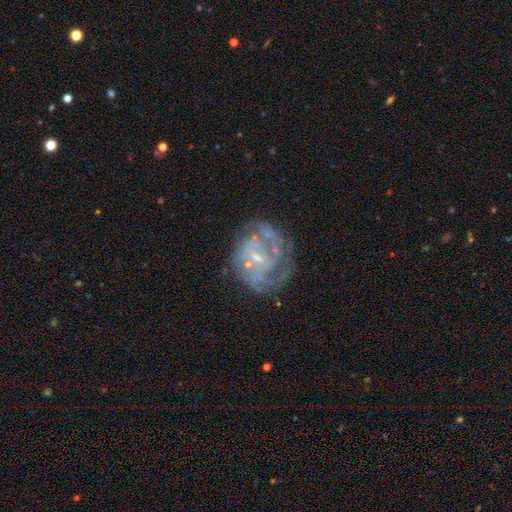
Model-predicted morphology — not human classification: This is likely a featured or disk galaxy (70%). It is clearly not viewed edge-on (97%). Bar: possibly no (55%). Spiral arm pattern: likely yes (68%). Central bulge: likely small (66%). Merging: likely none (62%).